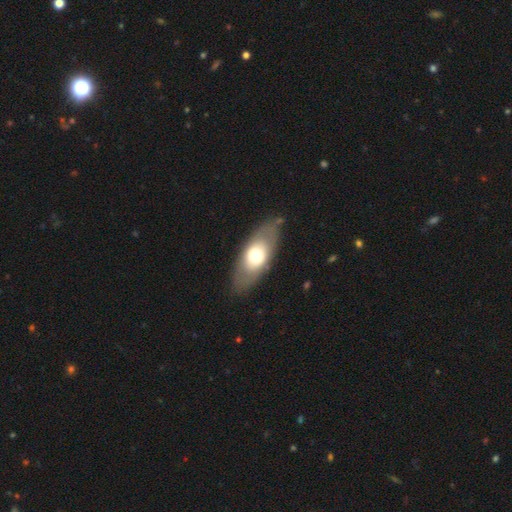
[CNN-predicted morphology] This appears to be a smooth galaxy with no disk features (56%) that is in between round and cigar-shaped (83%). Merging: none (81%).